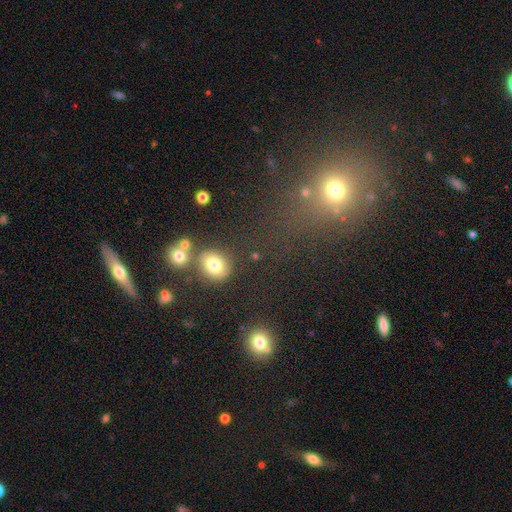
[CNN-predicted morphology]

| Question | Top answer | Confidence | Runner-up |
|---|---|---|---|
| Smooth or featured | smooth | 75% | star or artifact (17%) |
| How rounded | round | 65% | in between (34%) |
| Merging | none | 76% | minor disturbance (11%) |